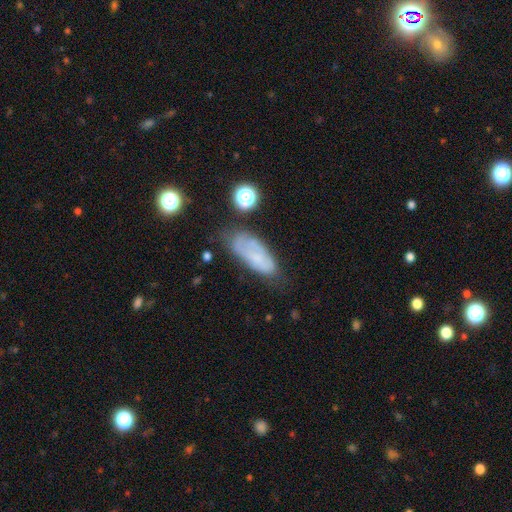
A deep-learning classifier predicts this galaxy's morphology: Smooth or featured?
  - smooth: 55% *
  - featured or disk: 34%
  - star or artifact: 11%
How rounded?
  - in between: 77% *
  - cigar-shaped: 20%
  - round: 3%
Merging?
  - none: 54% *
  - minor disturbance: 29%
  - major disturbance: 12%
  - merger: 5%